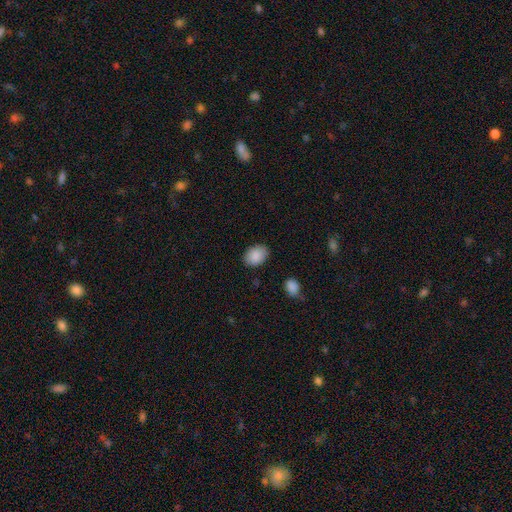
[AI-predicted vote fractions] A smooth galaxy with no disk features (88%) that is in between round and cigar-shaped (76%).

Vote fractions:
- Smooth or featured? smooth: 88% / star or artifact: 7% / featured or disk: 5%
- How rounded? in between: 76% / round: 23% / cigar-shaped: 1%
- Merging? none: 84% / minor disturbance: 12% / major disturbance: 3% / merger: 2%